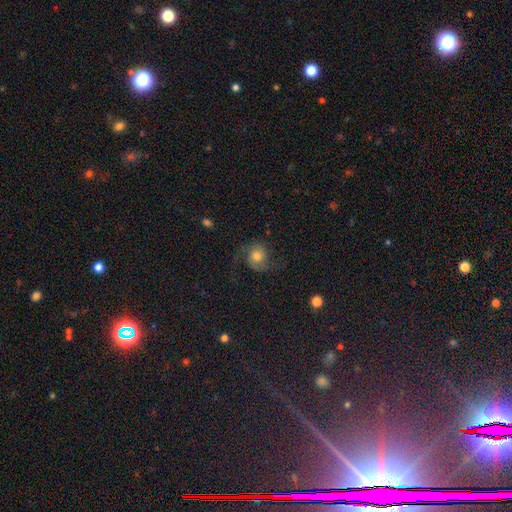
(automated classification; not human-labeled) smooth_or_featured: featured or disk (p=0.60) [alt: smooth p=0.29]
disk_edge_on: no (p=0.97) [alt: yes p=0.03]
bar: no (p=0.75) [alt: weak p=0.21]
has_spiral_arms: yes (p=0.92) [alt: no p=0.08]
spiral_winding: loose (p=0.43) [tied with: medium p=0.43]
spiral_arm_count: 2 (p=0.86) [alt: 1 p=0.06]
bulge_size: moderate (p=0.64) [alt: small p=0.18]
merging: none (p=0.68) [alt: minor disturbance p=0.17]